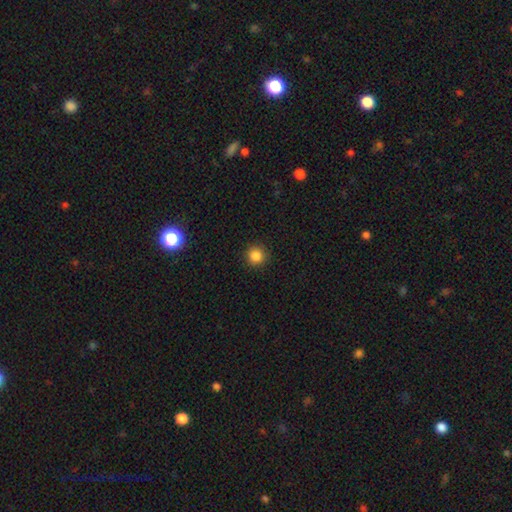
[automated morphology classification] The model was most divided on "smooth or featured": smooth: 85%, star or artifact: 11%, featured or disk: 4%. More confident: how rounded — round (95%); merging — none (91%).